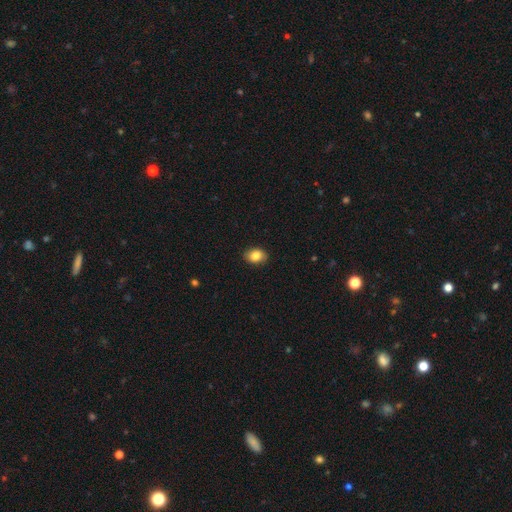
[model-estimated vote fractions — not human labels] This appears to be a smooth galaxy with no disk features (86%) that is in between round and cigar-shaped (68%). Merging: none (87%).